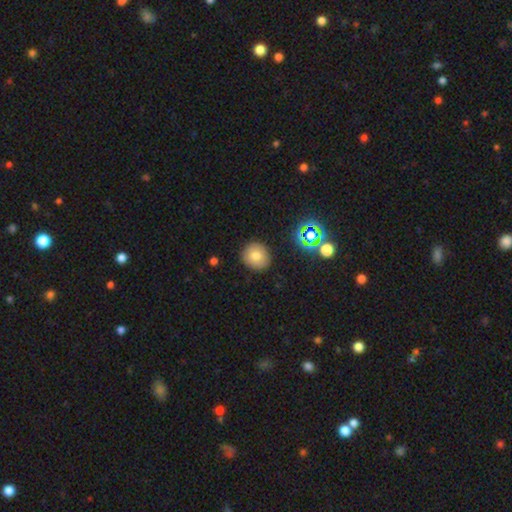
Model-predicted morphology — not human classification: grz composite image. It shows a smooth galaxy with no disk features (76%) that is round (85%). Merging: none (88%).